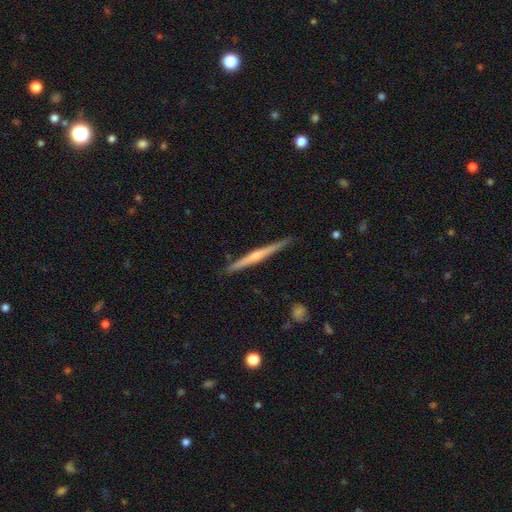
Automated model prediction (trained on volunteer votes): Smooth or featured? featured or disk (68%)
Edge-on disk? yes (98%)
Edge-on bulge? rounded (61%)
Merging? none (90%)